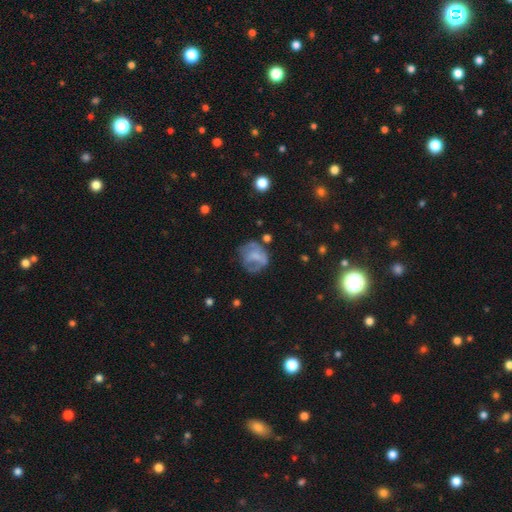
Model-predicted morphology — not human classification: type=smooth (47%); merging=none (45%).